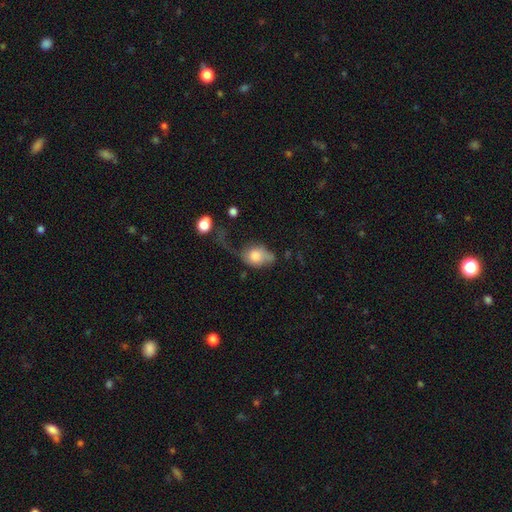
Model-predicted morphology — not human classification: Smooth or featured? Predicted: smooth (p=0.69). How rounded? Predicted: in between (p=0.67). Merging? Predicted: major disturbance (p=0.49).